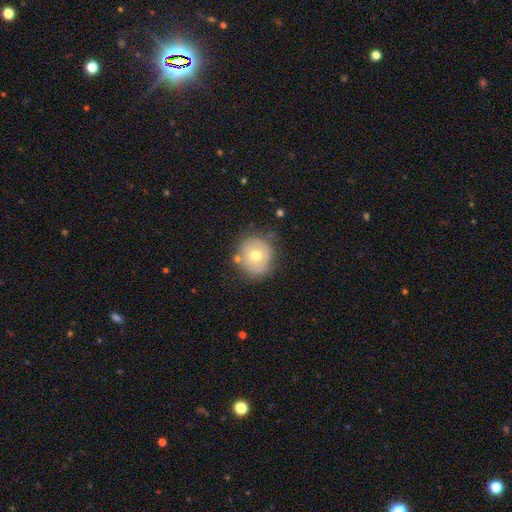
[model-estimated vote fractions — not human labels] Overall: smooth (61%; featured or disk 30%). How rounded: round (90%). Merging: none (74%).